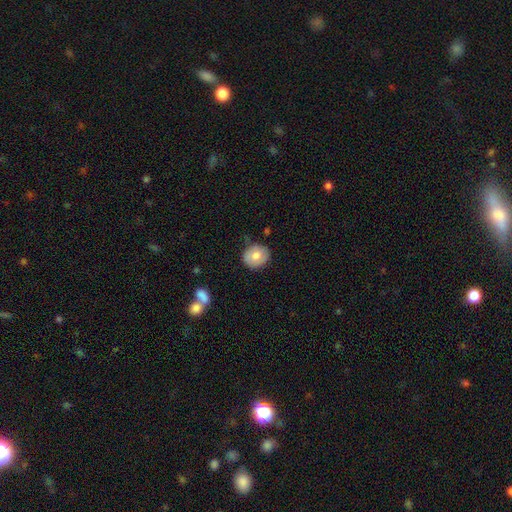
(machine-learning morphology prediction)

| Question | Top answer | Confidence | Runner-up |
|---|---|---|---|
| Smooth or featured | smooth | 73% | featured or disk (19%) |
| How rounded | round | 73% | in between (26%) |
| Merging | none | 78% | minor disturbance (17%) |